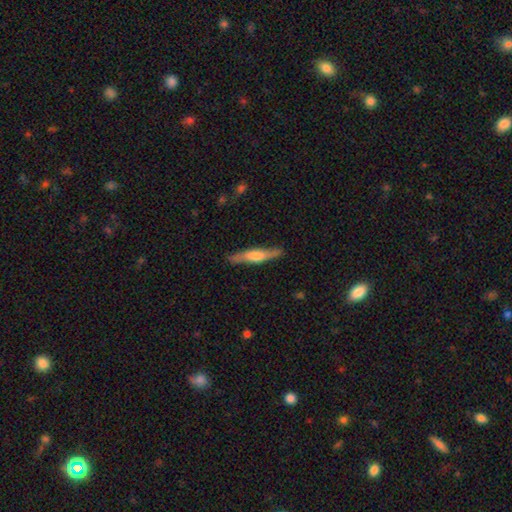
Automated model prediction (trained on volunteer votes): Smooth or featured?
  - featured or disk: 52% *
  - smooth: 43%
  - star or artifact: 6%
Edge-on disk?
  - yes: 93% *
  - no: 7%
Merging?
  - none: 86% *
  - minor disturbance: 10%
  - major disturbance: 2%
  - merger: 1%